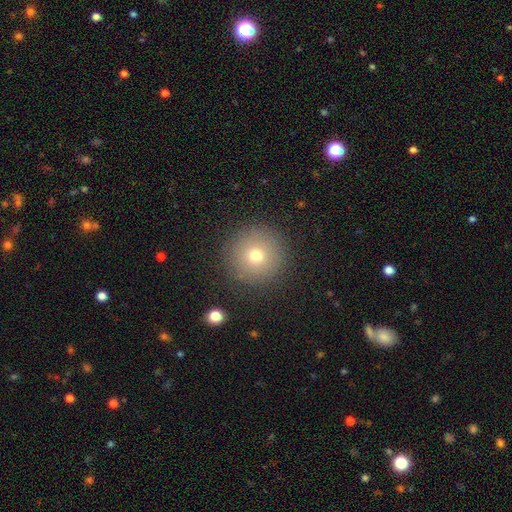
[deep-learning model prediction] Overall: smooth (72%). How rounded: round (96%). Merging: none (90%).